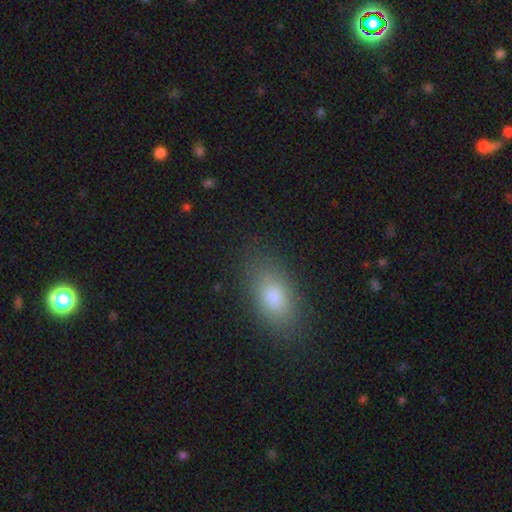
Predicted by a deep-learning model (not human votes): A smooth galaxy with no disk features (80%) that is in between round and cigar-shaped (85%).

Vote fractions:
- Smooth or featured? smooth: 80% / star or artifact: 10% / featured or disk: 10%
- How rounded? in between: 85% / round: 9% / cigar-shaped: 6%
- Merging? none: 84% / minor disturbance: 12% / major disturbance: 3% / merger: 1%